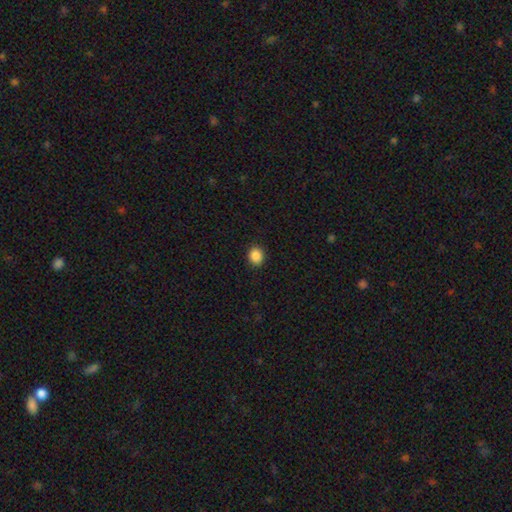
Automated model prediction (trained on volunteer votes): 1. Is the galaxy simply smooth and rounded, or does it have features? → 88% smooth, 9% star or artifact, 3% featured or disk.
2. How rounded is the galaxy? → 70% round, 29% in between, 1% cigar-shaped.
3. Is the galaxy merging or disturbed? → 91% none, 6% minor disturbance, 2% major disturbance, 1% merger.